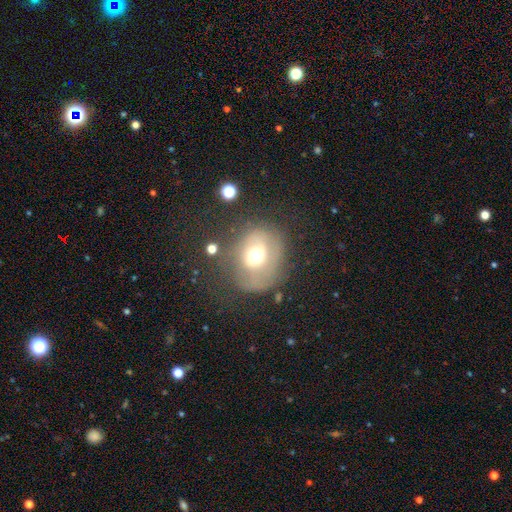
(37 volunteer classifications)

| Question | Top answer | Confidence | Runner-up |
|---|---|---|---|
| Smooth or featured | smooth | 62% | featured or disk (32%) |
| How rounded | round | 74% | in between (26%) |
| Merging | none | 54% | major disturbance (37%) |